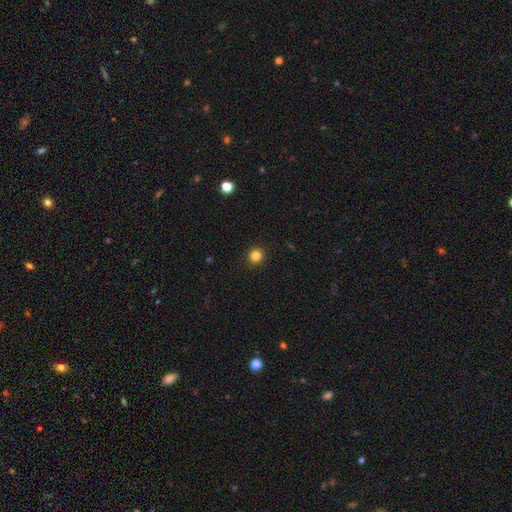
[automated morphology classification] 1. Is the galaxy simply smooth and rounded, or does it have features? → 83% smooth, 13% star or artifact, 4% featured or disk.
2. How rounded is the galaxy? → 93% round, 6% in between, 1% cigar-shaped.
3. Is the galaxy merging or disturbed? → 93% none, 5% minor disturbance, 2% major disturbance, 1% merger.